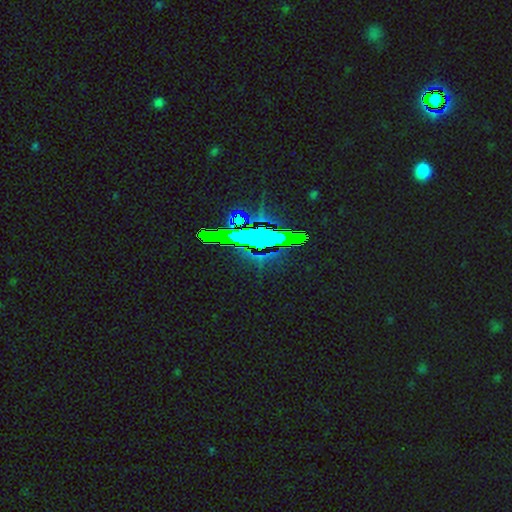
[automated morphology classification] Smooth or featured? star or artifact (80%)